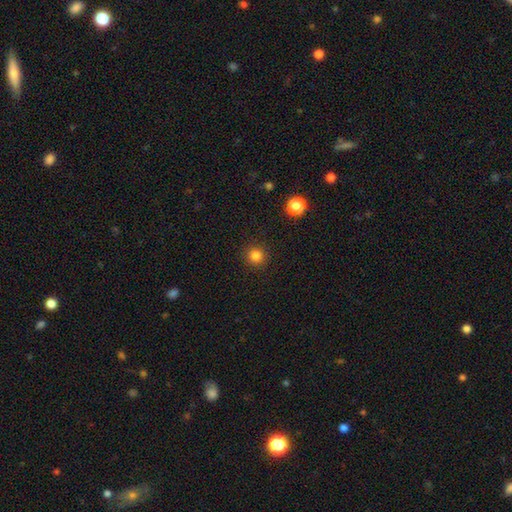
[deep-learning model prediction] A smooth galaxy with no disk features (83%) that is round (94%). Merging: none (91%).